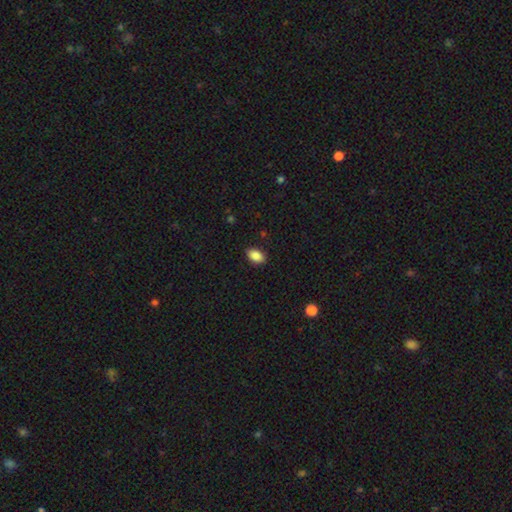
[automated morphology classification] Smooth or featured? smooth (87%)
How rounded? in between (89%)
Merging? none (89%)